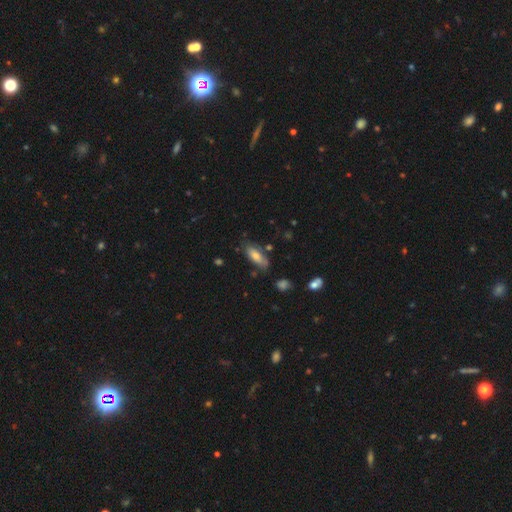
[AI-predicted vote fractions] The model was most divided on "smooth or featured": smooth: 70%, featured or disk: 23%, star or artifact: 7%. More confident: how rounded — in between (74%); merging — none (71%).